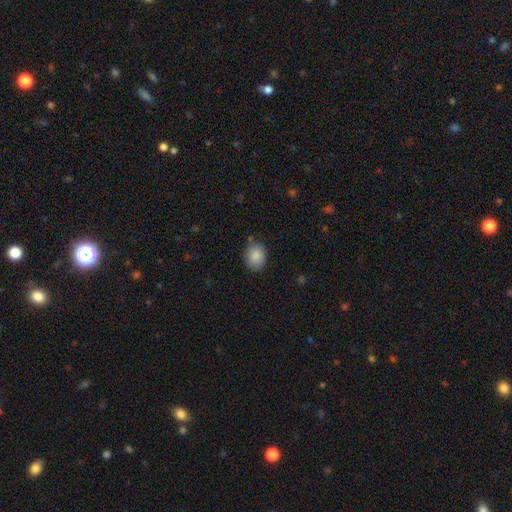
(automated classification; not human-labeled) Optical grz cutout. It shows a smooth galaxy with no disk features (88%) that is round (52%). Merging: none (76%).